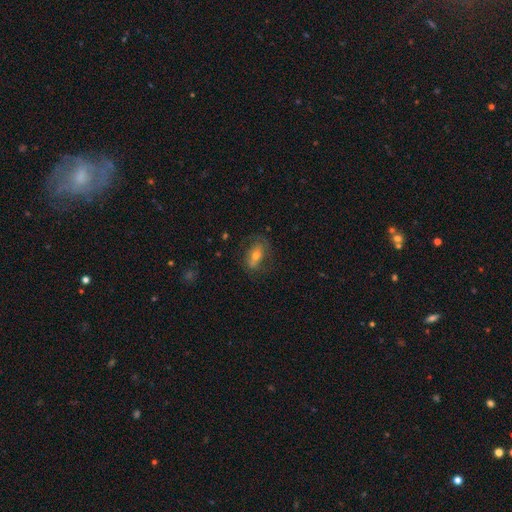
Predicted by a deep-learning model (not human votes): A smooth galaxy with no disk features (47%). Merging: none (67%).